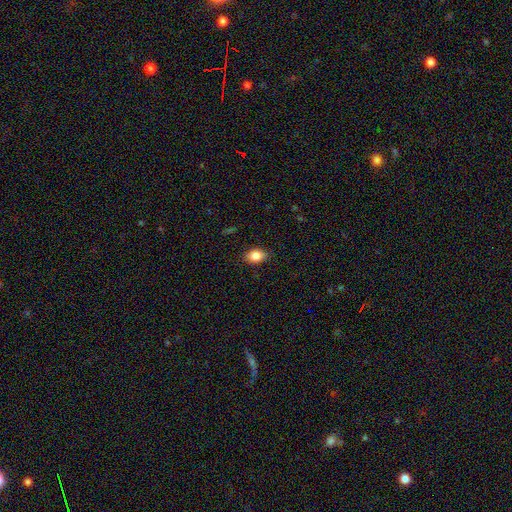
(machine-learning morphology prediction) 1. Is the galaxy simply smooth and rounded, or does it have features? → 85% smooth, 8% star or artifact, 7% featured or disk.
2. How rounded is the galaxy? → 81% in between, 18% round, 2% cigar-shaped.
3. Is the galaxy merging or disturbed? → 85% none, 11% minor disturbance, 2% major disturbance, 1% merger.